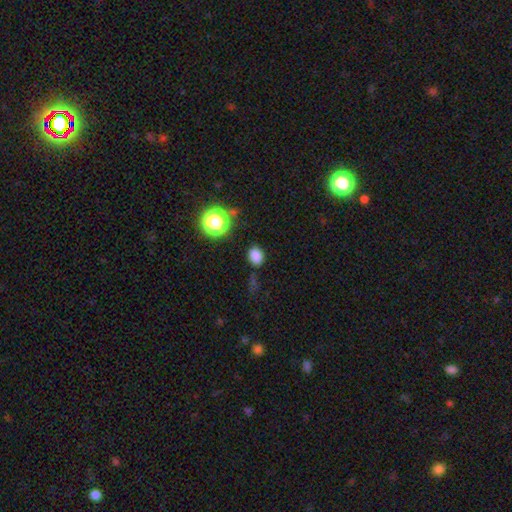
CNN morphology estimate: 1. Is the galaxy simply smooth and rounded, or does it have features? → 81% smooth, 15% star or artifact, 5% featured or disk.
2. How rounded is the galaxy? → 54% in between, 45% round, 1% cigar-shaped.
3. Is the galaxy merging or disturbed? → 79% none, 14% minor disturbance, 4% major disturbance, 3% merger.